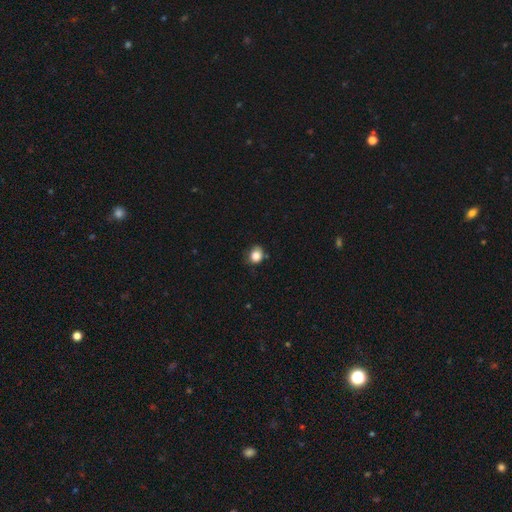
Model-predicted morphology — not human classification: A smooth galaxy with no disk features (84%) that is round (68%). Merging: none (69%).